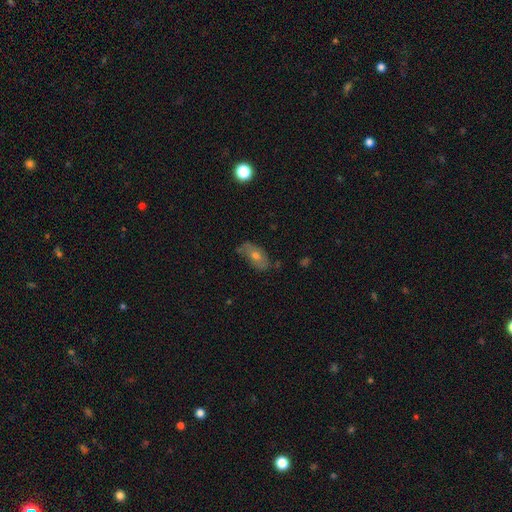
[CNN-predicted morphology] smooth 45%, featured or disk 43%, star or artifact 11%. Down the decision tree: merging — none (64%).